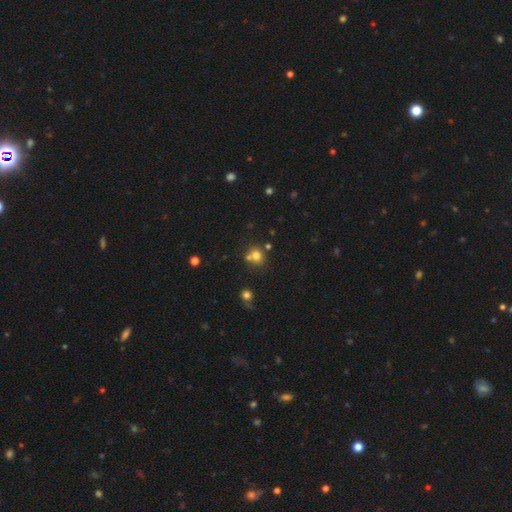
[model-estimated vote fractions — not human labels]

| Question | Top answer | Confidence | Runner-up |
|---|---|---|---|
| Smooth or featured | smooth | 73% | star or artifact (16%) |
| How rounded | round | 82% | in between (17%) |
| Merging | none | 58% | merger (29%) |